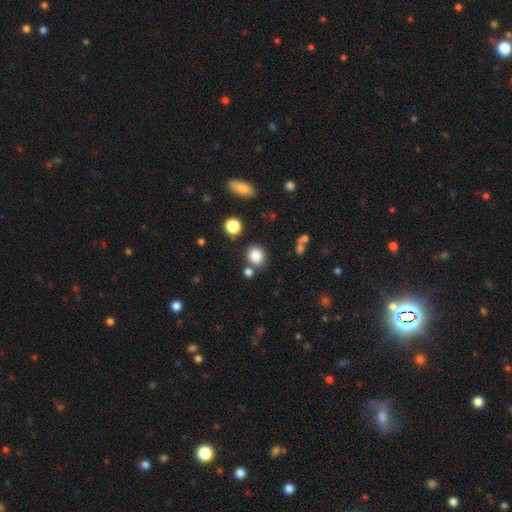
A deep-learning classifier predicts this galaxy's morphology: Smooth or featured? Predicted: smooth (p=0.84). How rounded? Predicted: round (p=0.69). Merging? Predicted: none (p=0.74).